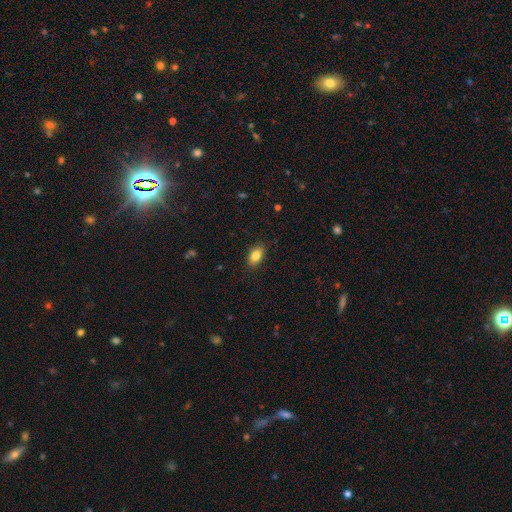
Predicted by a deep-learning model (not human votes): Morphology: type=smooth (84%); roundness=in between (87%); merging=none (86%).